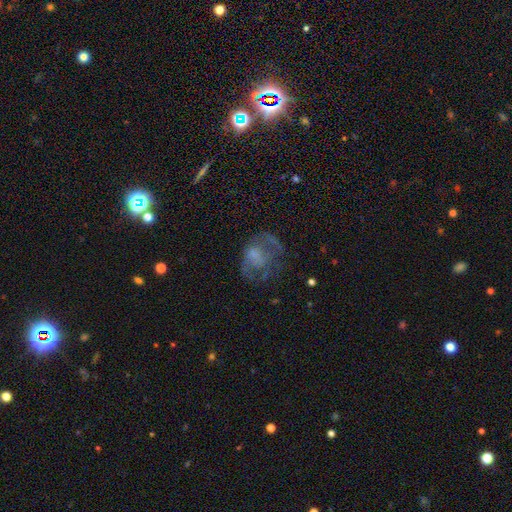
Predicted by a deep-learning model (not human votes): Overall: featured or disk (52%; smooth 35%). Edge-on disk: no (97%). Bar: no (77%). Spiral arms: no (60%; yes 40%). Bulge size: none (46%; moderate 22%). Merging: major disturbance (39%, tied with none).